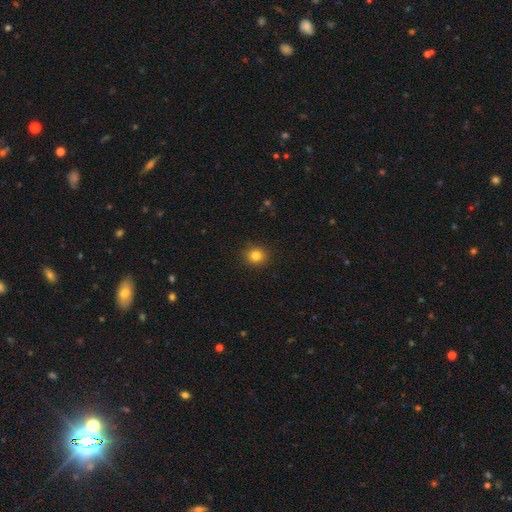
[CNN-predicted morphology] Q: Smooth or featured?
A: smooth (83%); runner-up: star or artifact (12%)
Q: How rounded?
A: round (86%); runner-up: in between (14%)
Q: Merging?
A: none (91%); runner-up: minor disturbance (6%)